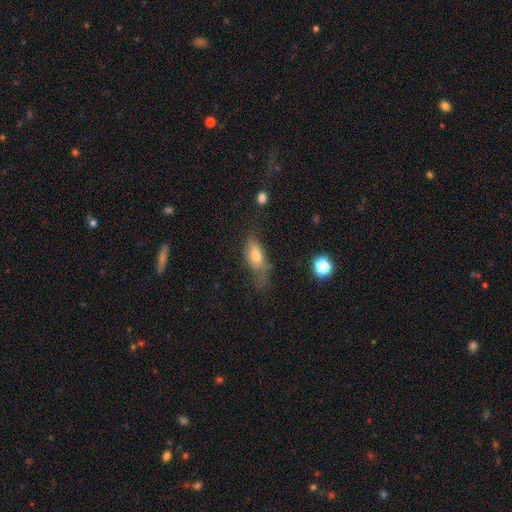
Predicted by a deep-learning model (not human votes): A smooth galaxy with no disk features (68%) that is in between round and cigar-shaped (83%). Merging: none (36%).